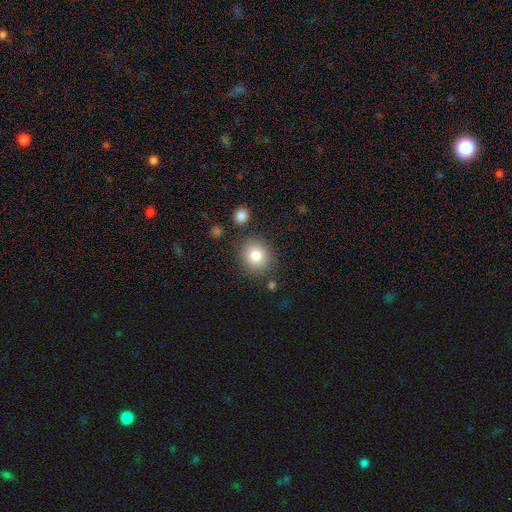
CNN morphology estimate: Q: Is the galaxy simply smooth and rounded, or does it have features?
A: smooth — 83%.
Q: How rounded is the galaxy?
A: round — 77%.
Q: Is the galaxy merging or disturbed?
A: none — 82%.